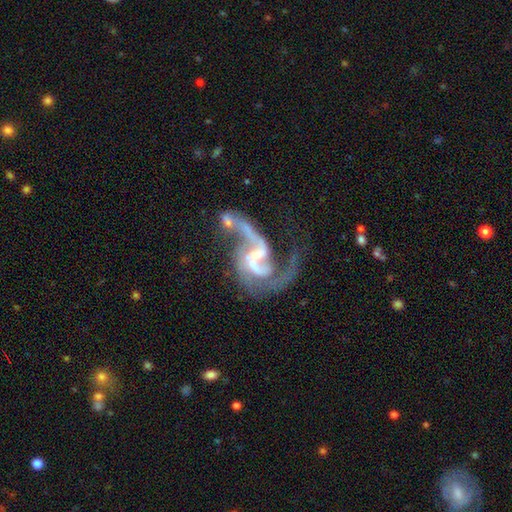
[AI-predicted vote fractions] featured or disk 89%, star or artifact 6%, smooth 4%. Down the decision tree: edge-on disk — no (98%); bar — weak (47%); spiral arms — yes (95%); spiral arm count — 2 (81%); spiral winding — loose (57%); bulge size — small (48%); merging — major disturbance (32%).